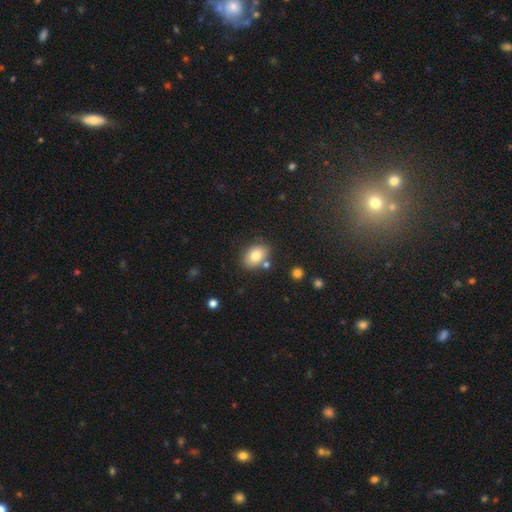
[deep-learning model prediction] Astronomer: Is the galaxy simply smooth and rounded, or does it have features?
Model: smooth — 80%.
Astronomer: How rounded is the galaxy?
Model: in between — 80%.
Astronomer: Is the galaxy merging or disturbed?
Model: none — 77%.